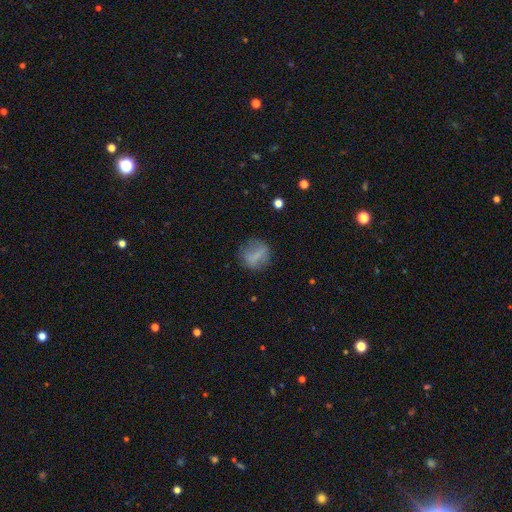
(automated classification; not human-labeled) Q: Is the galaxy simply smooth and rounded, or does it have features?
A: smooth — 64%.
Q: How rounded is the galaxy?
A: round — 70%.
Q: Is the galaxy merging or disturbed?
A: none — 71%.